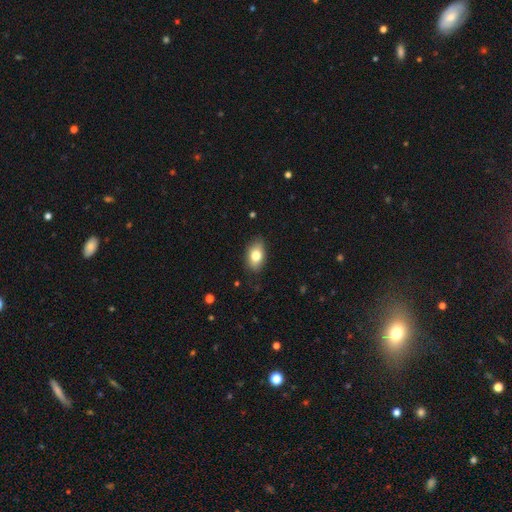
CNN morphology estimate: Smooth or featured? smooth (79%)
How rounded? in between (89%)
Merging? none (83%)